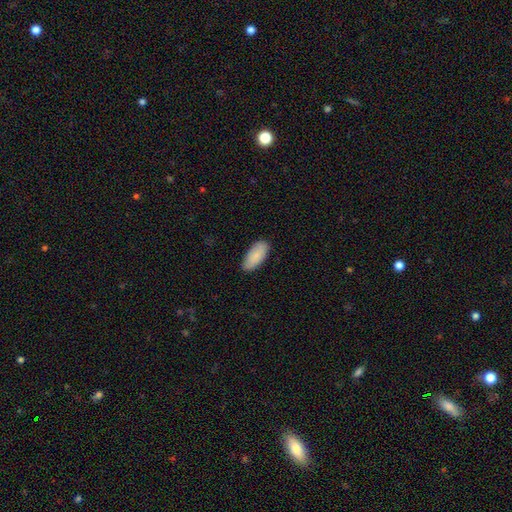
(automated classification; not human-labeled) Overall: smooth (88%). How rounded: in between (90%). Merging: none (85%).